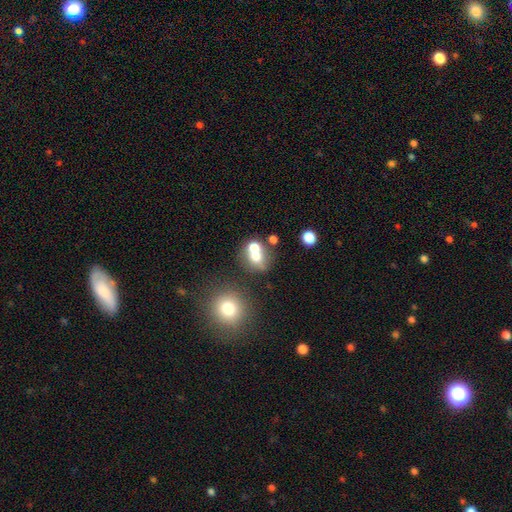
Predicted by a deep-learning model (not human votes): smooth_or_featured: smooth (p=0.66) [alt: featured or disk p=0.19]
how_rounded: round (p=0.68) [alt: in between p=0.31]
merging: merger (p=0.47) [alt: none p=0.38]